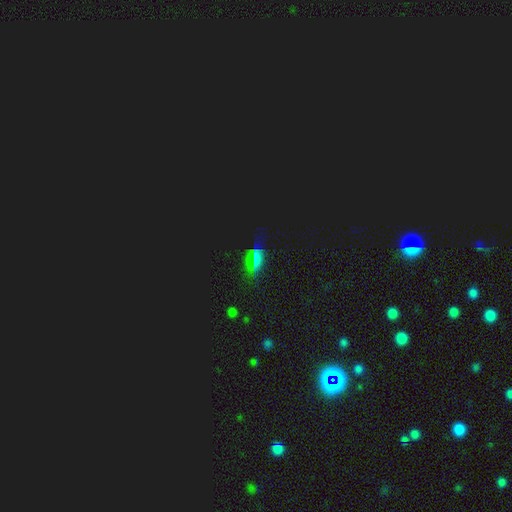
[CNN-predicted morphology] A star or artifact, not a galaxy (54%).